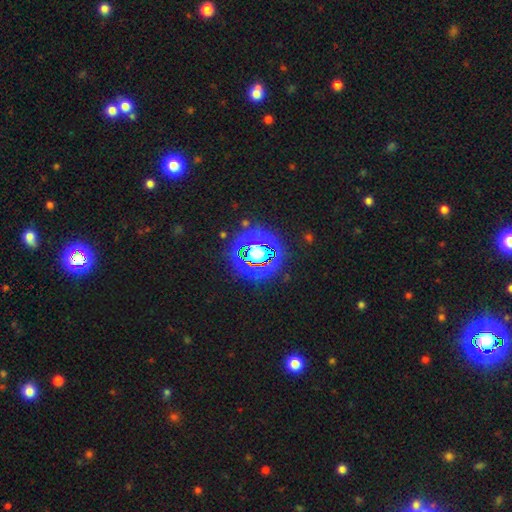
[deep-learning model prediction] Morphology: type=star or artifact (77%).